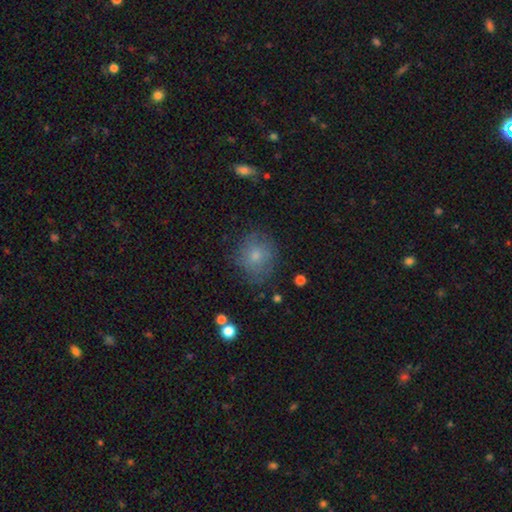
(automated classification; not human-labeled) Smooth or featured? smooth (70%)
How rounded? round (80%)
Merging? none (72%)